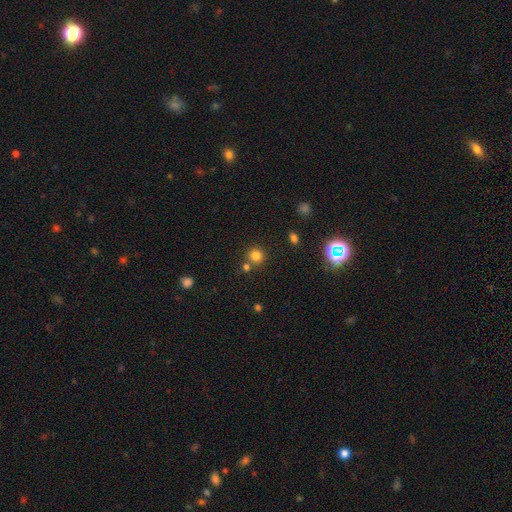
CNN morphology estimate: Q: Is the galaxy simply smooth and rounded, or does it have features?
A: smooth — 79%.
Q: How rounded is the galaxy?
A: round — 90%.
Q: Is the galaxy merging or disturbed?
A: none — 72%.